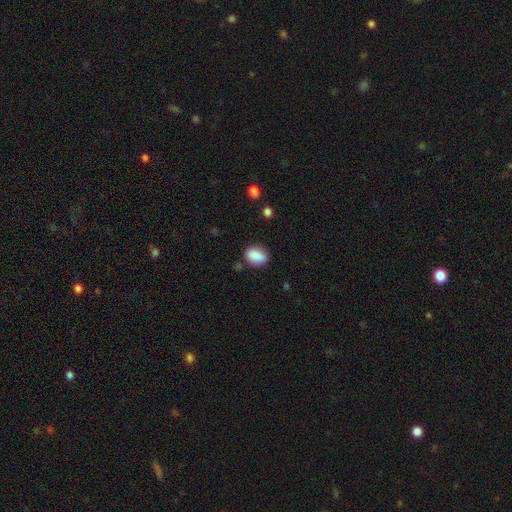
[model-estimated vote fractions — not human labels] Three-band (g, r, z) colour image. It shows a smooth galaxy with no disk features (89%) that is in between round and cigar-shaped (82%). Merging: none (82%).